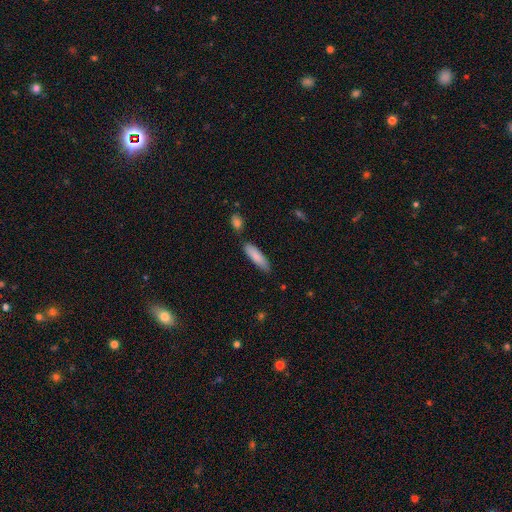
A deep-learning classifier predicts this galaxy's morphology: Overall: smooth (86%). How rounded: cigar-shaped (64%; in between 34%). Merging: none (79%).